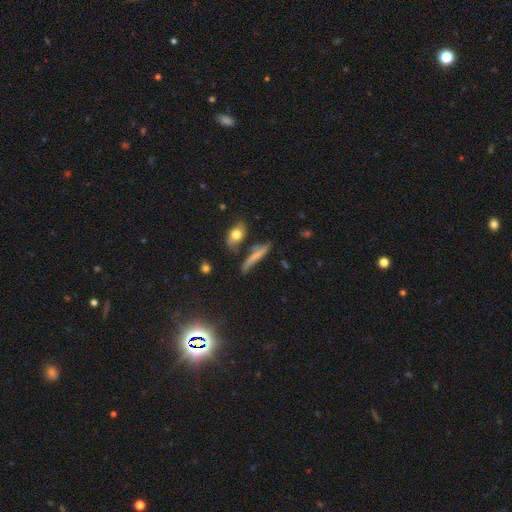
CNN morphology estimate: A smooth galaxy with no disk features (53%) that is cigar-shaped (79%).

Vote fractions:
- Smooth or featured? smooth: 53% / featured or disk: 36% / star or artifact: 10%
- How rounded? cigar-shaped: 79% / in between: 17% / round: 4%
- Merging? none: 59% / minor disturbance: 23% / merger: 10% / major disturbance: 8%